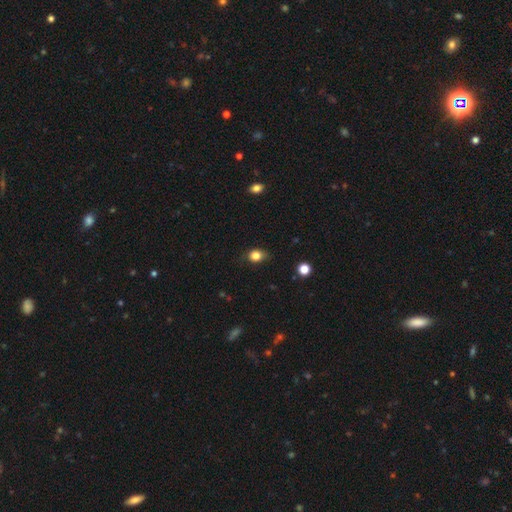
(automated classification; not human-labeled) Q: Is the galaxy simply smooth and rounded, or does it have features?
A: smooth — 82%.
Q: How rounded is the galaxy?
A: round — 52%.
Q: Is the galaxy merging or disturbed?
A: none — 70%.